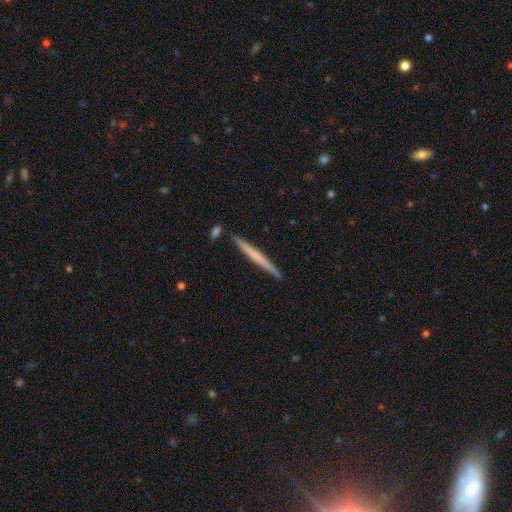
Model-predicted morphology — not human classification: A smooth galaxy with no disk features (48%).

Vote fractions:
- Smooth or featured? smooth: 48% / featured or disk: 47% / star or artifact: 5%
- Merging? none: 89% / minor disturbance: 7% / merger: 3% / major disturbance: 1%